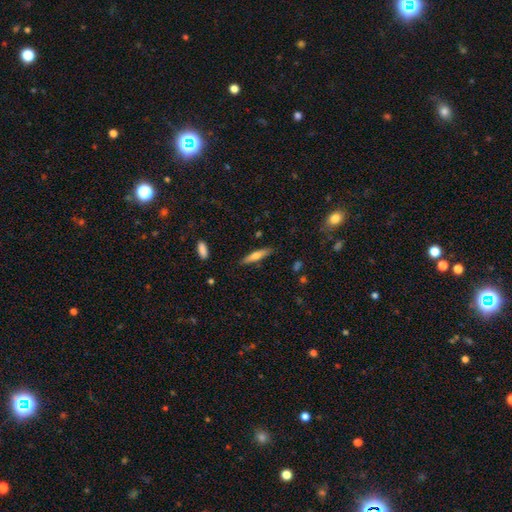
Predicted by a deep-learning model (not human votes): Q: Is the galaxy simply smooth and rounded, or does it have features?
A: smooth — 58%.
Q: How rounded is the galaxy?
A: cigar-shaped — 84%.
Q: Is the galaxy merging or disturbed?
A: none — 86%.